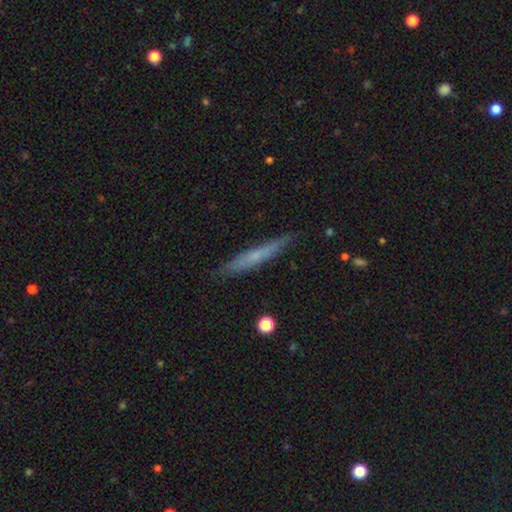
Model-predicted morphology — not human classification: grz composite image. It shows a smooth galaxy with no disk features (51%) that is cigar-shaped (95%). Merging: none (87%).